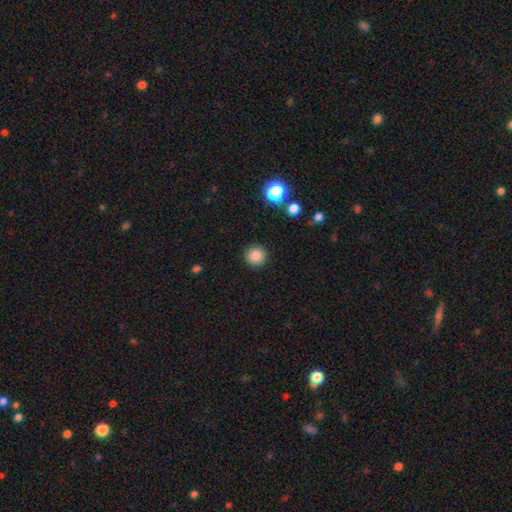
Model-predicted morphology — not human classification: Smooth or featured? Predicted: smooth (p=0.85). How rounded? Predicted: round (p=0.94). Merging? Predicted: none (p=0.92).